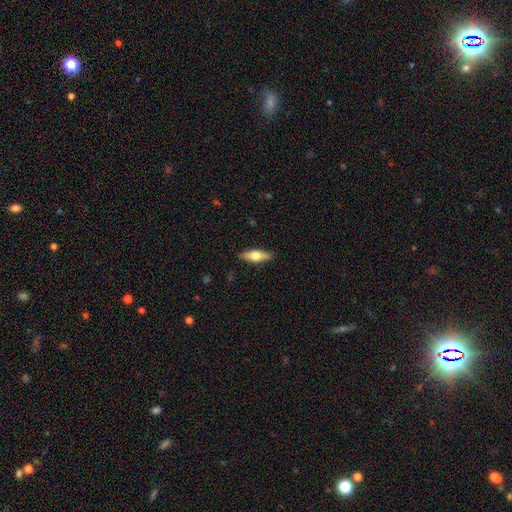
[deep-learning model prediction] Overall: smooth (50%; featured or disk 44%). Merging: none (88%).